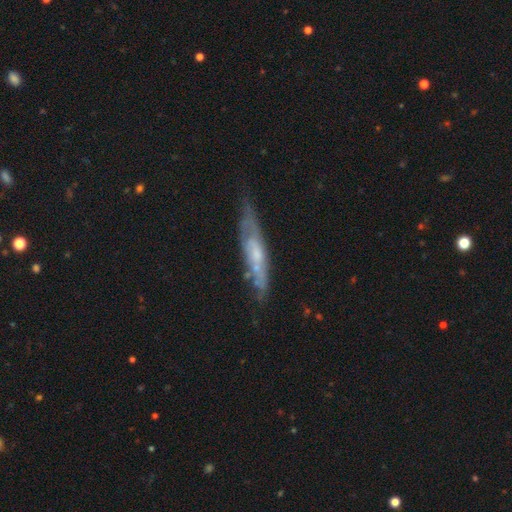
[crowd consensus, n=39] A featured or disk galaxy (72%) with no bar (76%), tight (43%, tied with medium) spiral arms (82%) and a small central bulge (71%).

Vote fractions:
- Smooth or featured? featured or disk: 72% / smooth: 26% / star or artifact: 3%
- Edge-on disk? no: 61% / yes: 39%
- Bar? no: 76% / weak: 24% / strong: 0%
- Spiral arms? yes: 82% / no: 18%
- Spiral winding? tight: 43% (tied) / medium: 43% (tied) / loose: 14%
- Spiral arm count? can't tell: 71% / 2: 14% / 3: 14% / 1: 0% / 4: 0% / more than 4: 0%
- Bulge size? small: 71% / moderate: 24% / none: 6% / dominant: 0% / large: 0%
- Merging? none: 68% / minor disturbance: 29% / major disturbance: 3% / merger: 0%